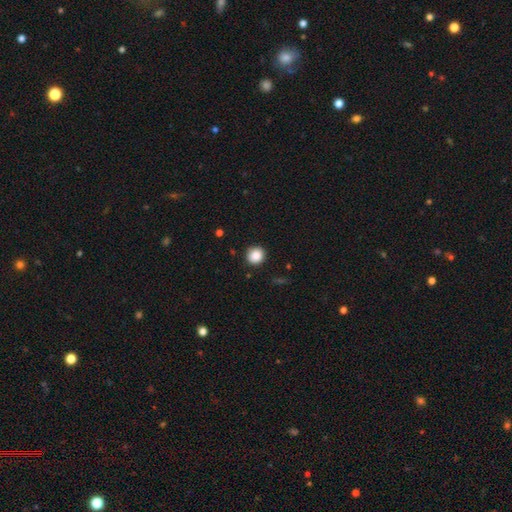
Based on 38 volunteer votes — Morphology: type=smooth (92%); roundness=round (97%); merging=none (89%).